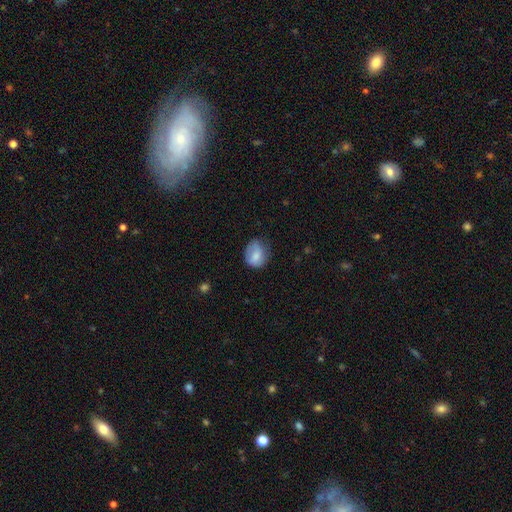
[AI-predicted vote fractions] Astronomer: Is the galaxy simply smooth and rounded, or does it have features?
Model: smooth — 73%.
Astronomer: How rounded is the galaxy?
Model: round — 60% (runner-up: in between, 39%).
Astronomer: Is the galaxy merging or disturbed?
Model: none — 52% (runner-up: minor disturbance, 32%).